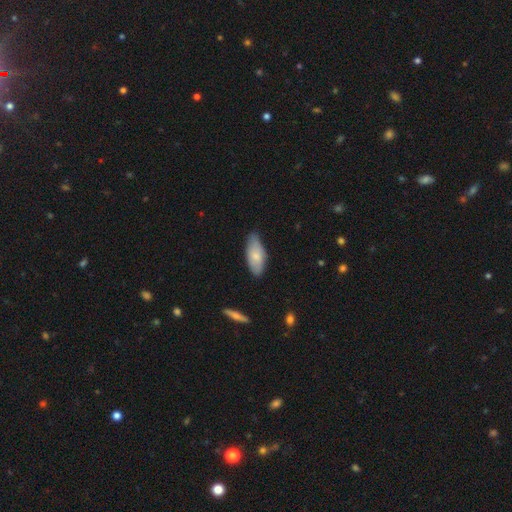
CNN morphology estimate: type=smooth (75%); roundness=in between (84%); merging=none (69%).